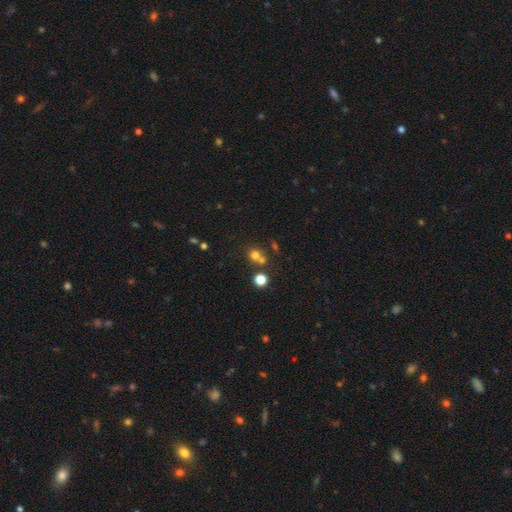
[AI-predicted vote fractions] This appears to be a smooth galaxy with no disk features (70%) that is round (85%). Merging: none (55%).